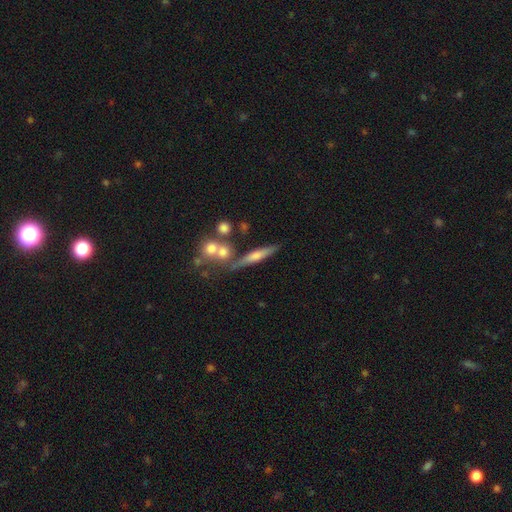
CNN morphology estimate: This is possibly a featured or disk galaxy (55%). It is clearly viewed edge-on (90%). Merging: likely none (67%).